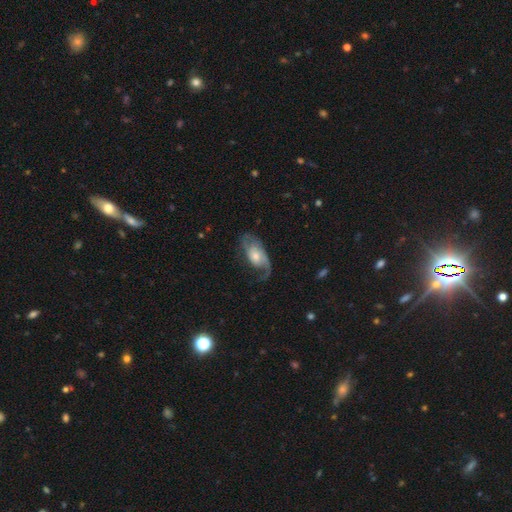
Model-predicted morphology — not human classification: Smooth or featured?
  - featured or disk: 71% *
  - smooth: 23%
  - star or artifact: 6%
Edge-on disk?
  - no: 94% *
  - yes: 6%
Bar?
  - no: 66% *
  - weak: 28%
  - strong: 5%
Spiral arms?
  - yes: 89% *
  - no: 11%
Spiral winding?
  - loose: 42% *
  - medium: 39%
  - tight: 19%
Spiral arm count?
  - 2: 51% *
  - 1: 33%
  - can't tell: 11%
  - 3: 3%
  - 4: 1%
  - more than 4: 1%
Bulge size?
  - moderate: 50% *
  - small: 31%
  - large: 13%
  - none: 4%
  - dominant: 2%
Merging?
  - none: 53% *
  - major disturbance: 24%
  - minor disturbance: 21%
  - merger: 2%